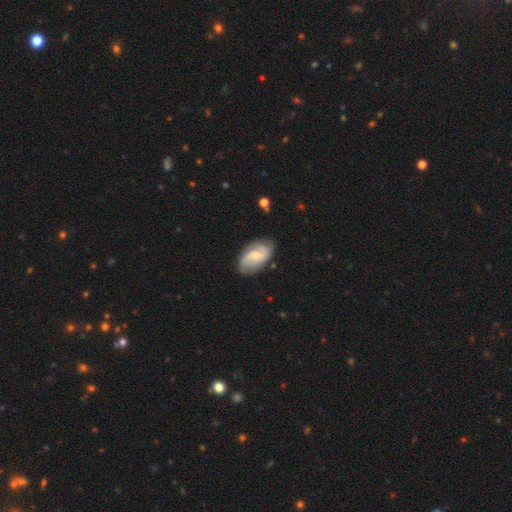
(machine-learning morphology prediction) The model was most divided on "bar": weak: 48%, no: 42%, strong: 10%. Remaining: edge-on disk — no (96%); spiral arms — yes (90%); merging — none (77%); spiral arm count — 2 (75%); smooth or featured — featured or disk (68%); bulge size — small (59%); spiral winding — medium (44%).